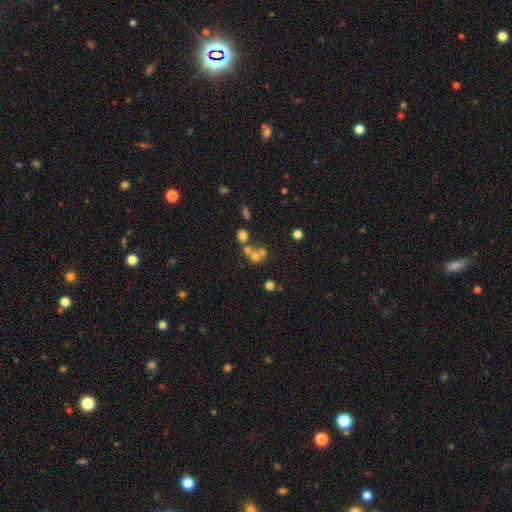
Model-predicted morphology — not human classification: The model was most divided on "merging": merger: 50%, none: 38%, minor disturbance: 7%, major disturbance: 5%. More confident: how rounded — round (79%); smooth or featured — smooth (59%).